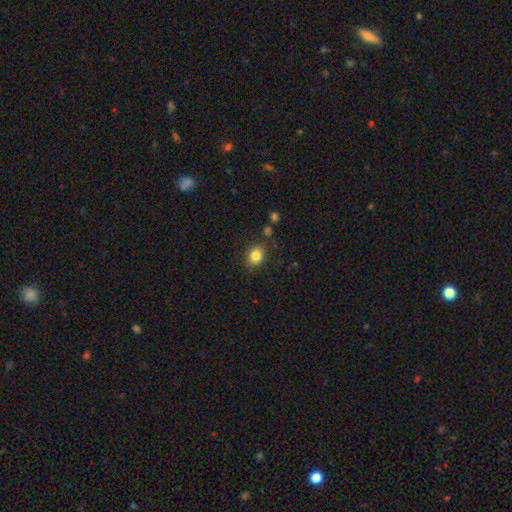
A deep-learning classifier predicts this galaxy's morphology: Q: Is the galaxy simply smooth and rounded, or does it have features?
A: smooth — 84%.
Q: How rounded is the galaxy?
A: round — 58%.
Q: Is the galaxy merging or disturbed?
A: none — 81%.